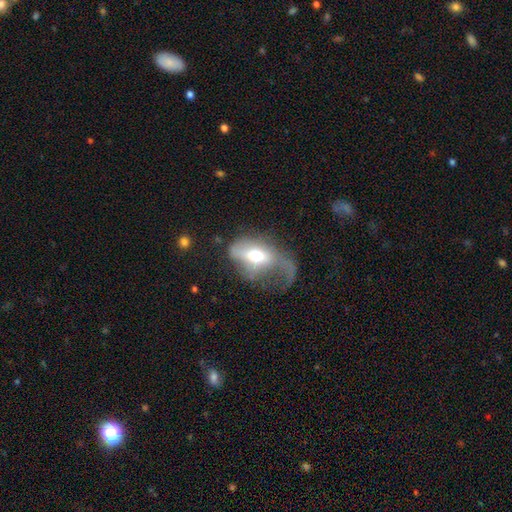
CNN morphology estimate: Smooth or featured? smooth (52%)
How rounded? in between (76%)
Merging? major disturbance (62%)